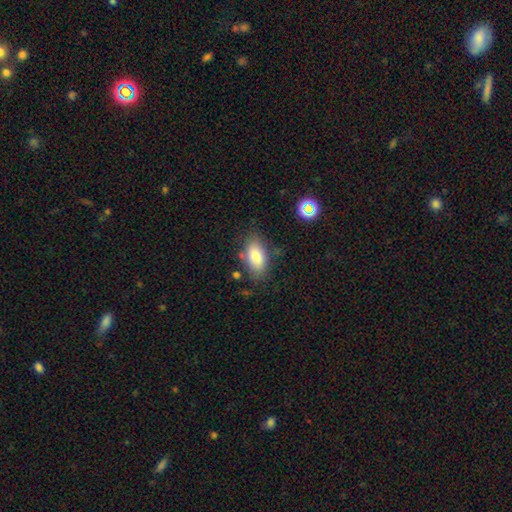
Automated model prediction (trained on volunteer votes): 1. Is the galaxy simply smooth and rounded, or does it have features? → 80% smooth, 12% featured or disk, 8% star or artifact.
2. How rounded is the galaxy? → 91% in between, 5% round, 4% cigar-shaped.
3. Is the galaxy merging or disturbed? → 74% none, 17% minor disturbance, 5% major disturbance, 4% merger.